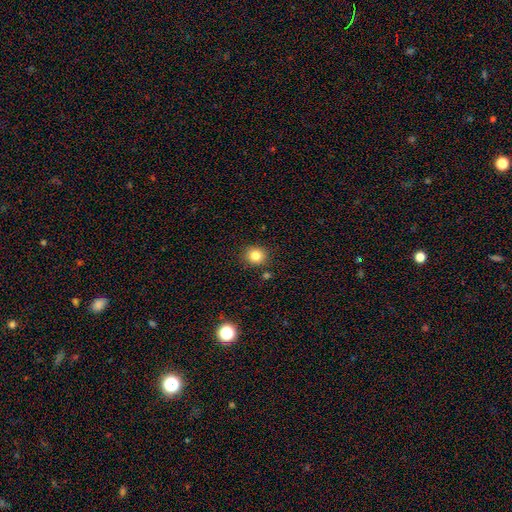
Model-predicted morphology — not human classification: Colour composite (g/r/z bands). It shows a smooth galaxy with no disk features (83%) that is round (82%). Merging: none (86%).